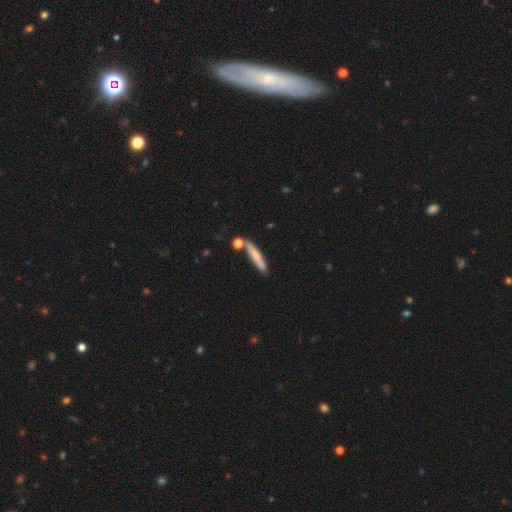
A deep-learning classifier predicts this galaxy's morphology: type=smooth (69%); roundness=cigar-shaped (89%); merging=none (74%).